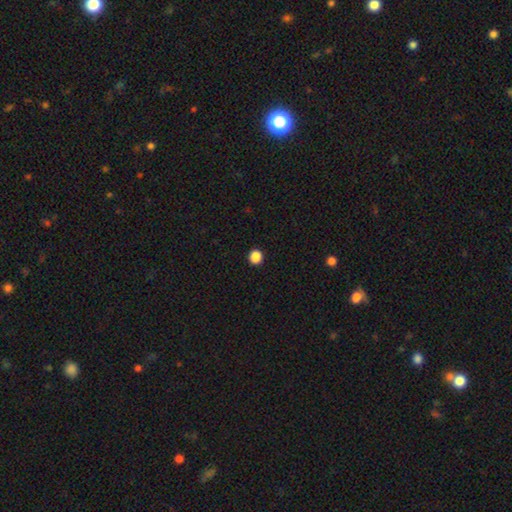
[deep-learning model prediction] Morphology: type=smooth (86%); roundness=round (89%); merging=none (93%).